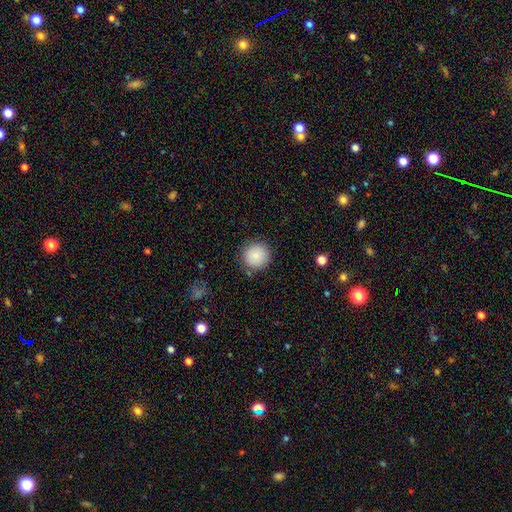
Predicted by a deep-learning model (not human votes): A smooth galaxy with no disk features (87%) that is round (95%).

Vote fractions:
- Smooth or featured? smooth: 87% / star or artifact: 8% / featured or disk: 5%
- How rounded? round: 95% / in between: 4% / cigar-shaped: 1%
- Merging? none: 88% / minor disturbance: 8% / major disturbance: 3% / merger: 2%